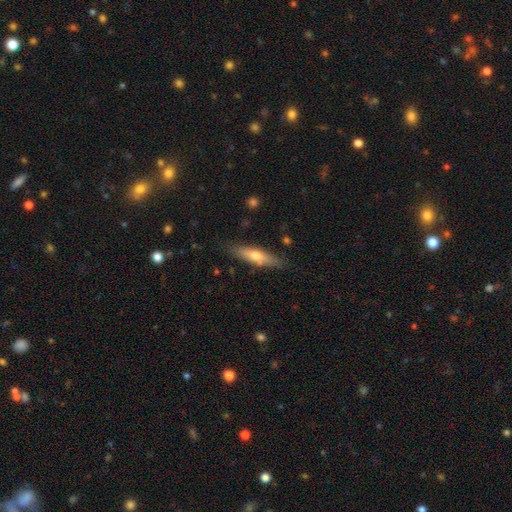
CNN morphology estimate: Smooth or featured? smooth (55%)
How rounded? cigar-shaped (73%)
Merging? none (81%)